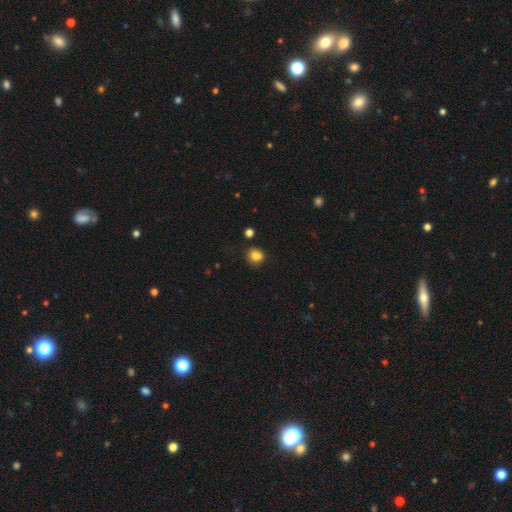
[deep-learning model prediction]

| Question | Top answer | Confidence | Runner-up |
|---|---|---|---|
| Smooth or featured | smooth | 83% | star or artifact (12%) |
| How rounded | round | 70% | in between (29%) |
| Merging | none | 76% | minor disturbance (16%) |